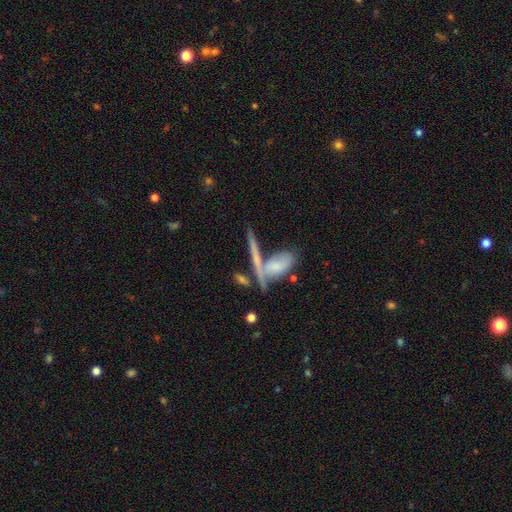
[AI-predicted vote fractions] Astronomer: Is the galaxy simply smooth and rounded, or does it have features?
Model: featured or disk — 46%, tied with smooth at 46%.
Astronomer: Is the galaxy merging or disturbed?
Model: none — 45% (runner-up: merger, 38%).